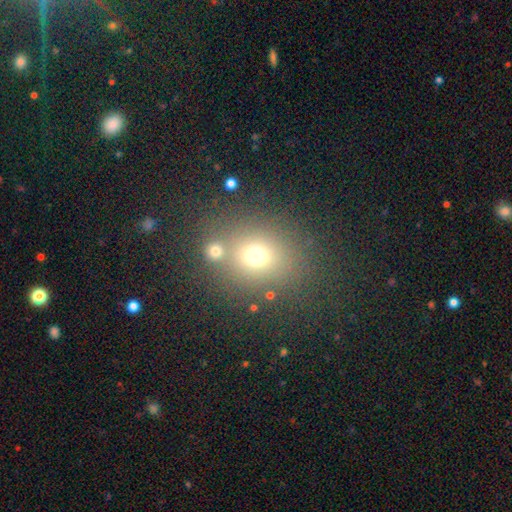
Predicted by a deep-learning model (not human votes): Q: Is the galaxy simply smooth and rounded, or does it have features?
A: smooth — 69%.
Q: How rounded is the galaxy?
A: round — 64%.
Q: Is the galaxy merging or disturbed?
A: none — 65%.